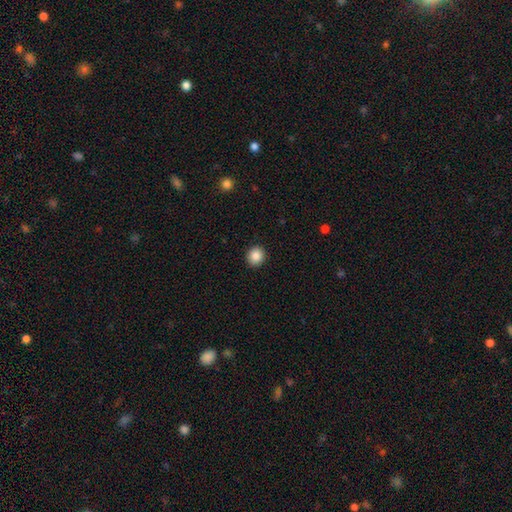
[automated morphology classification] Q: Smooth or featured?
A: smooth (87%); runner-up: star or artifact (9%)
Q: How rounded?
A: round (84%); runner-up: in between (15%)
Q: Merging?
A: none (92%); runner-up: minor disturbance (5%)